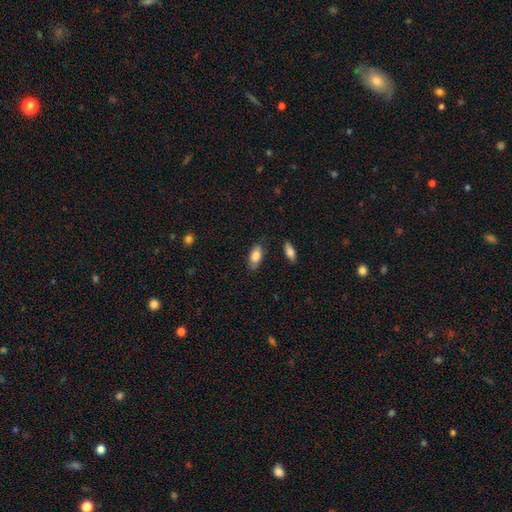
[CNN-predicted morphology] A smooth galaxy with no disk features (83%) that is in between round and cigar-shaped (89%).

Vote fractions:
- Smooth or featured? smooth: 83% / featured or disk: 10% / star or artifact: 7%
- How rounded? in between: 89% / cigar-shaped: 8% / round: 3%
- Merging? none: 79% / minor disturbance: 15% / major disturbance: 3% / merger: 2%